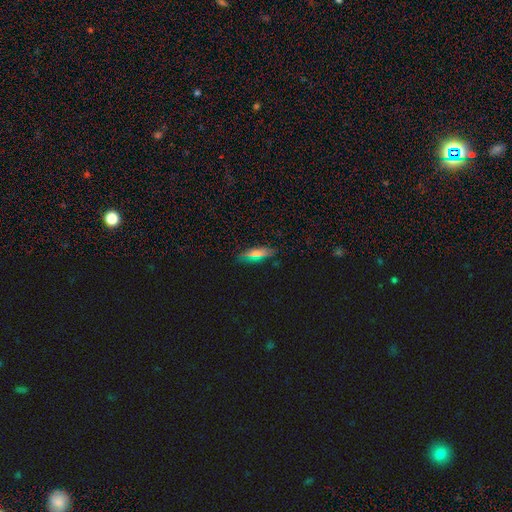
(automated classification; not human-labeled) Smooth or featured? smooth (57%)
How rounded? in between (62%)
Merging? none (85%)